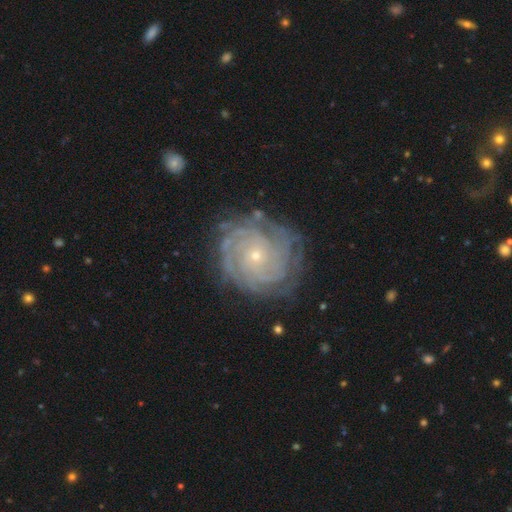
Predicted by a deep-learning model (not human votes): Smooth or featured: featured or disk — 86% (smooth — 8%)
Edge-on disk: no — 97% (yes — 3%)
Bar: no — 82% (weak — 14%)
Spiral arms: yes — 96% (no — 4%)
Spiral winding: tight — 81% (medium — 15%)
Spiral arm count: can't tell — 31% (4 — 21%)
Bulge size: small — 83% (moderate — 13%)
Merging: none — 77% (minor disturbance — 16%)